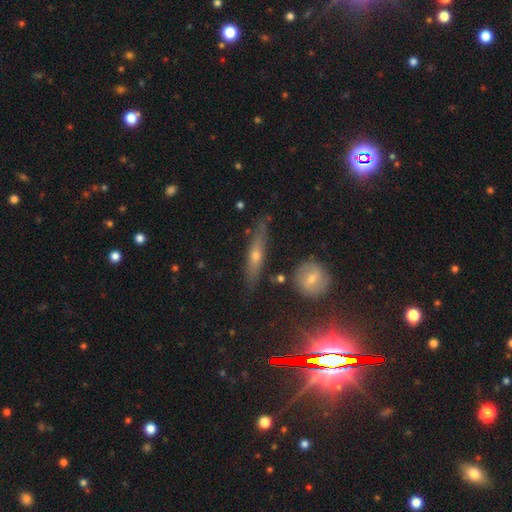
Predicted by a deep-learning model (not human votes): Overall: featured or disk (52%; smooth 37%). Edge-on disk: yes (84%). Merging: none (80%).